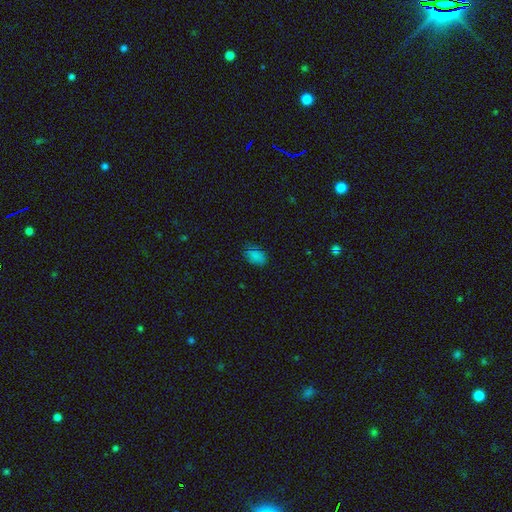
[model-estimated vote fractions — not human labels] Smooth or featured? Predicted: smooth (p=0.83). How rounded? Predicted: in between (p=0.87). Merging? Predicted: none (p=0.76).